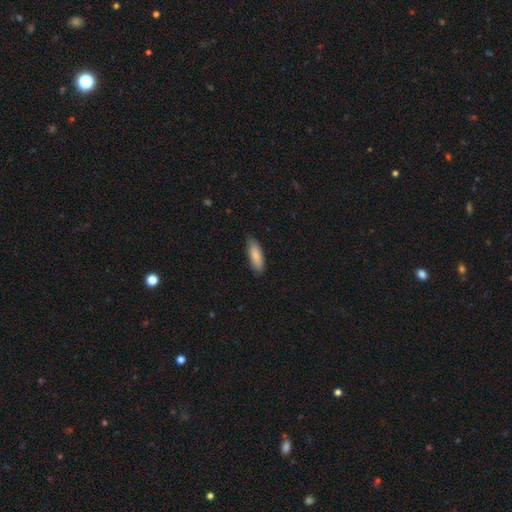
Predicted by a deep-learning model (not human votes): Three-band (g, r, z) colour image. It shows a smooth galaxy with no disk features (86%) that is in between round and cigar-shaped (55%). Merging: none (84%).